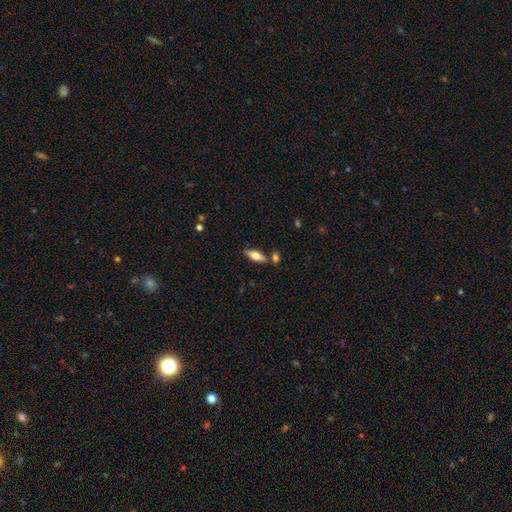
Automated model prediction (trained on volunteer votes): This is possibly a smooth galaxy (52%). How rounded: possibly in between (58%). Merging: likely none (74%).